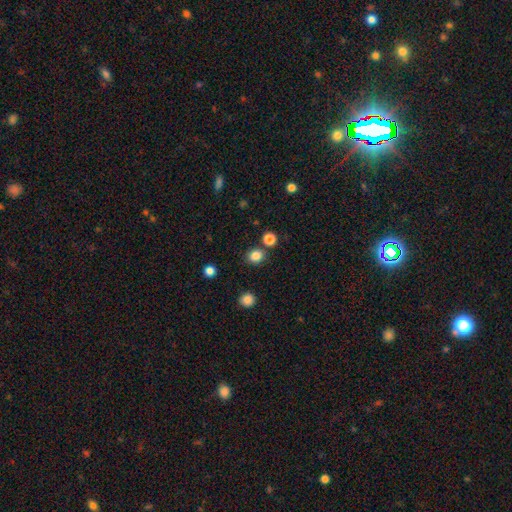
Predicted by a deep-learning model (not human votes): Overall: smooth (84%). How rounded: round (73%). Merging: none (82%).